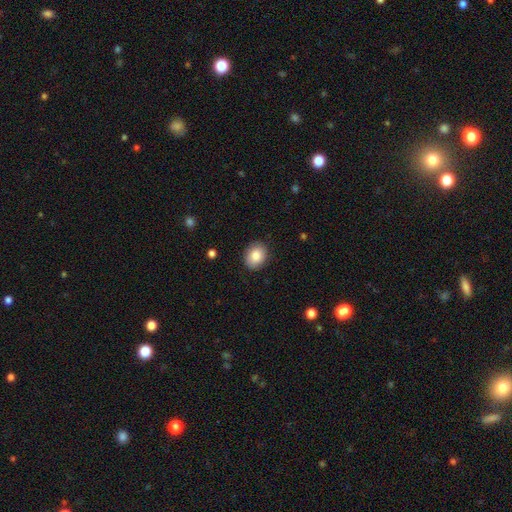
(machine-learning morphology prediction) The model was most divided on "how rounded": in between: 55%, round: 44%, cigar-shaped: 1%. More confident: merging — none (88%); smooth or featured — smooth (85%).